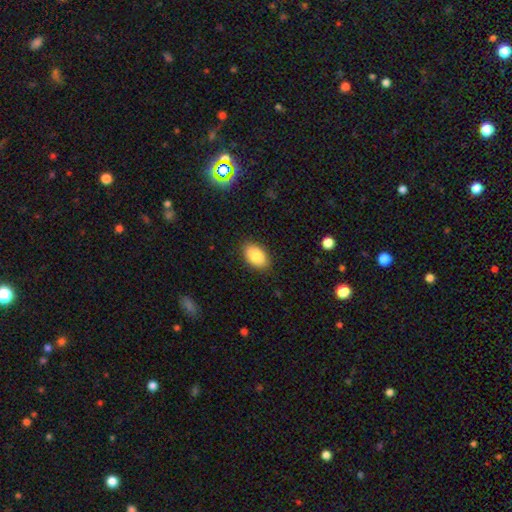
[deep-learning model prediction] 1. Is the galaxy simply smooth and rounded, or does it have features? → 86% smooth, 7% featured or disk, 7% star or artifact.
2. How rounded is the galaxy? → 91% in between, 8% round, 1% cigar-shaped.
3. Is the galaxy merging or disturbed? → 86% none, 10% minor disturbance, 2% major disturbance, 1% merger.